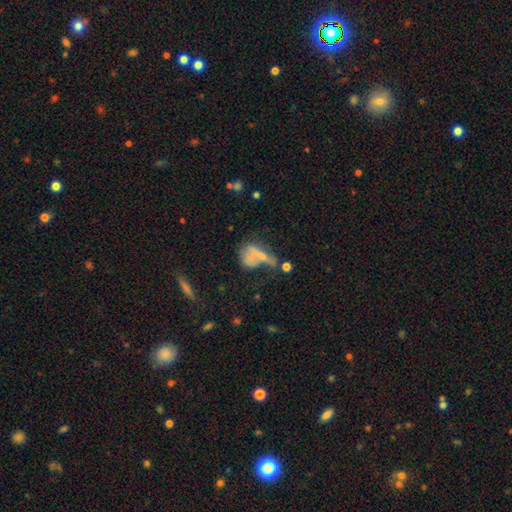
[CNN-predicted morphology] A smooth galaxy with no disk features (54%) that is in between round and cigar-shaped (64%). Merging: major disturbance (34%).